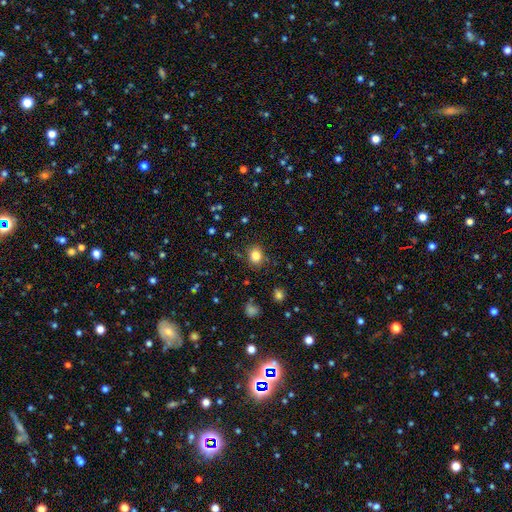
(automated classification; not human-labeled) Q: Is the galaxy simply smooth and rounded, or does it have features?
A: smooth — 82%.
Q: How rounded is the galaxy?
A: round — 59%.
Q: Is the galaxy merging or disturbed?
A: none — 83%.